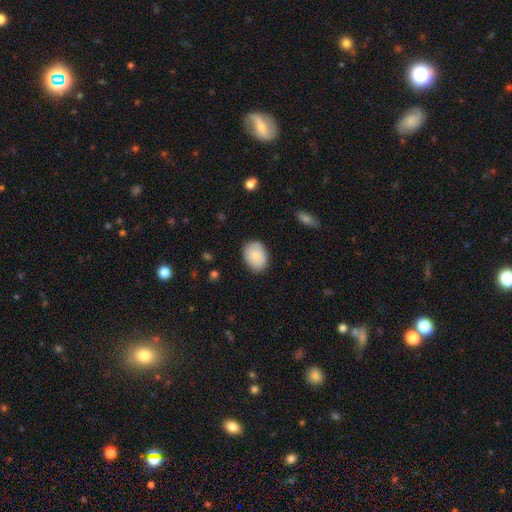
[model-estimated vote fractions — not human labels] Smooth or featured?
  - smooth: 86% *
  - featured or disk: 8%
  - star or artifact: 6%
How rounded?
  - in between: 72% *
  - round: 27%
  - cigar-shaped: 1%
Merging?
  - none: 83% *
  - minor disturbance: 13%
  - major disturbance: 3%
  - merger: 1%